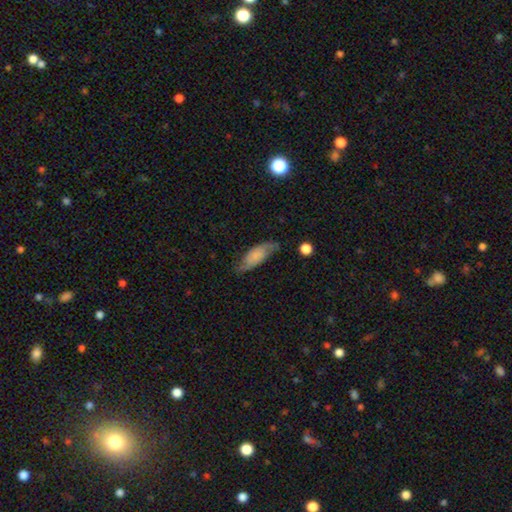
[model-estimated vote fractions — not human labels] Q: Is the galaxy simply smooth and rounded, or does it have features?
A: smooth — 47%.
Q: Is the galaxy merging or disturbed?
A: none — 69%.